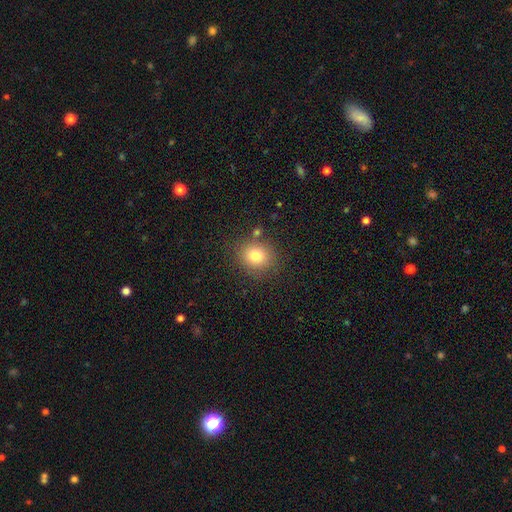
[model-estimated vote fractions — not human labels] A smooth galaxy with no disk features (80%) that is round (78%).

Vote fractions:
- Smooth or featured? smooth: 80% / star or artifact: 12% / featured or disk: 8%
- How rounded? round: 78% / in between: 21% / cigar-shaped: 1%
- Merging? none: 81% / minor disturbance: 10% / merger: 5% / major disturbance: 3%